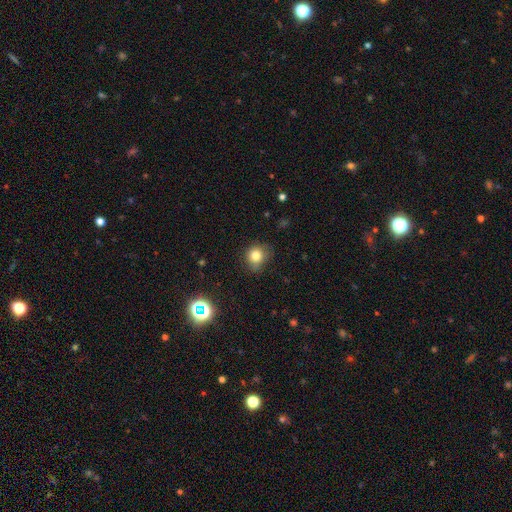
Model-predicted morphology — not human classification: A smooth galaxy with no disk features (80%) that is round (80%). Merging: none (67%).